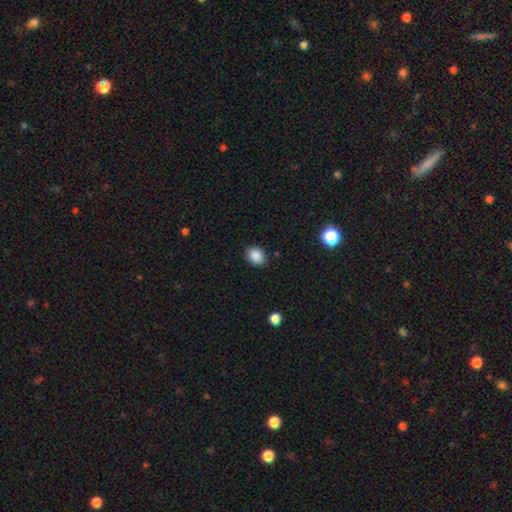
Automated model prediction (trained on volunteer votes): smooth-or-featured: smooth: 88% | star or artifact: 9% | featured or disk: 3%
  how-rounded: in between: 53% | round: 47% | cigar-shaped: 1%
  merging: none: 87% | minor disturbance: 10% | major disturbance: 2% | merger: 1%